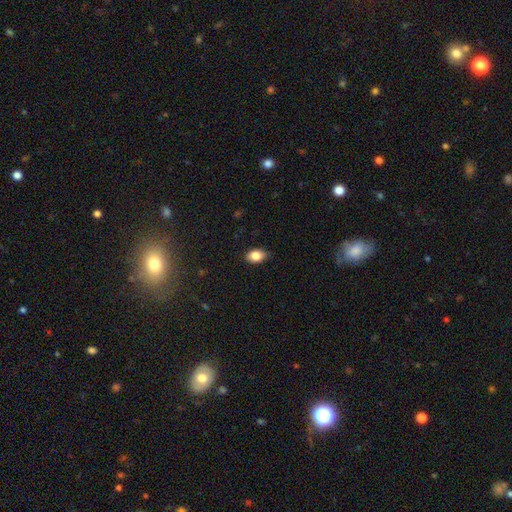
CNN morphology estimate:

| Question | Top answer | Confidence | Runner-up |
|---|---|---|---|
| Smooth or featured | smooth | 84% | star or artifact (8%) |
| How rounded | in between | 83% | round (15%) |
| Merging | none | 78% | minor disturbance (19%) |